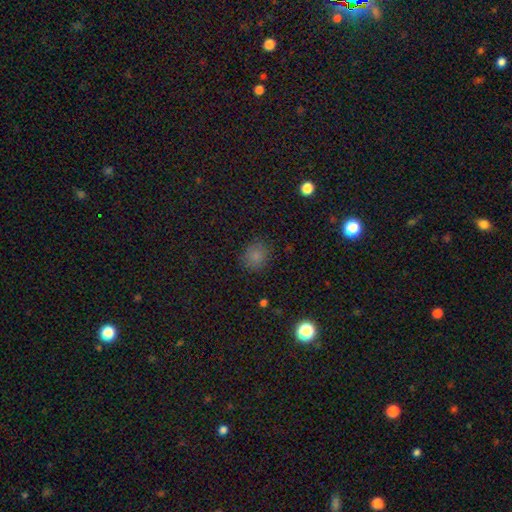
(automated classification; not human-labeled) smooth-or-featured: smooth: 81% | star or artifact: 14% | featured or disk: 5%
  how-rounded: round: 76% | in between: 23% | cigar-shaped: 1%
  merging: none: 85% | minor disturbance: 11% | major disturbance: 3% | merger: 1%